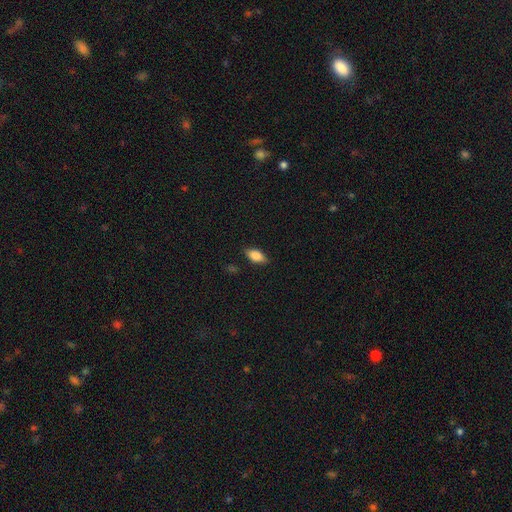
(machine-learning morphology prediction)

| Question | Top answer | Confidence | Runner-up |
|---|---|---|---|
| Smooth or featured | smooth | 77% | featured or disk (15%) |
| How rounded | in between | 86% | cigar-shaped (10%) |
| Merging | none | 84% | minor disturbance (13%) |